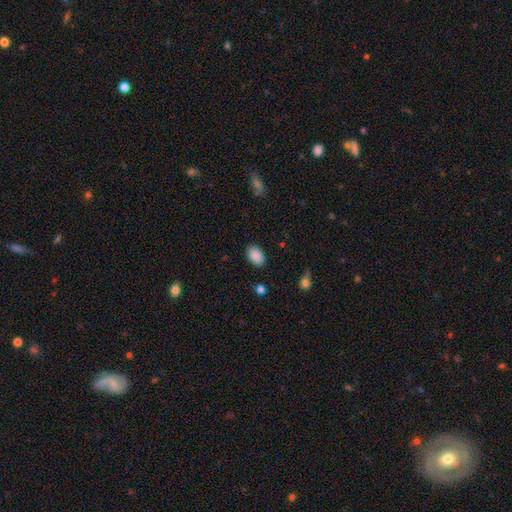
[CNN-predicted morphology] Smooth or featured? smooth (89%)
How rounded? in between (89%)
Merging? none (85%)